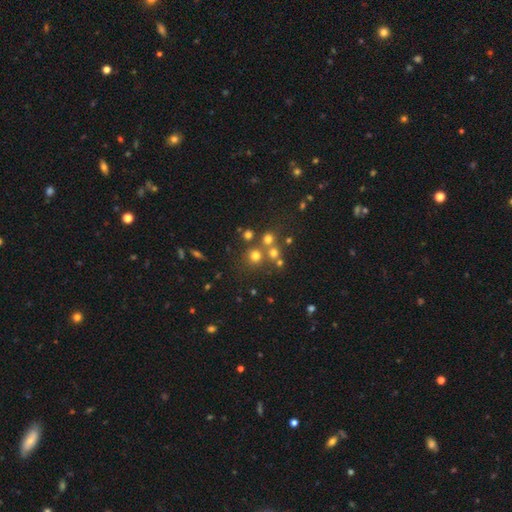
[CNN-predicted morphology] Smooth or featured? smooth (66%)
How rounded? round (90%)
Merging? none (66%)